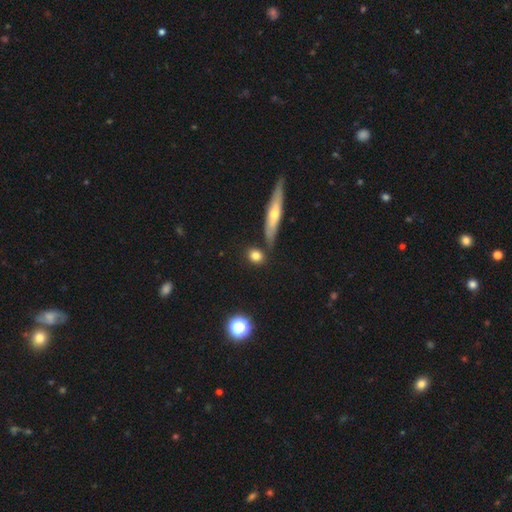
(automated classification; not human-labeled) smooth-or-featured: smooth: 79% | featured or disk: 11% | star or artifact: 10%
  how-rounded: round: 58% | in between: 34% | cigar-shaped: 8%
  merging: none: 77% | minor disturbance: 11% | merger: 8% | major disturbance: 3%